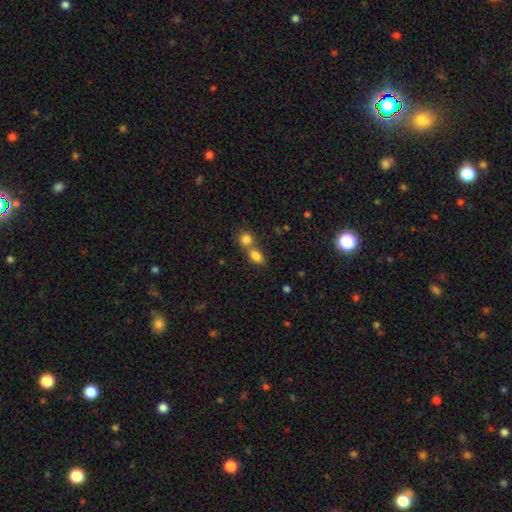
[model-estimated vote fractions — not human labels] A smooth galaxy with no disk features (81%) that is in between round and cigar-shaped (74%).

Vote fractions:
- Smooth or featured? smooth: 81% / star or artifact: 10% / featured or disk: 9%
- How rounded? in between: 74% / round: 23% / cigar-shaped: 3%
- Merging? merger: 54% / none: 36% / minor disturbance: 7% / major disturbance: 3%